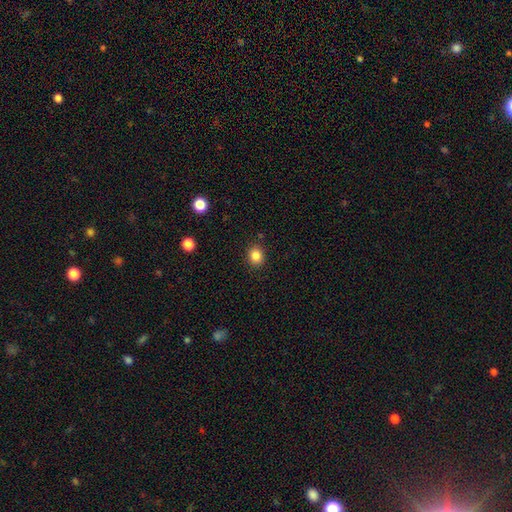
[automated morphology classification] smooth_or_featured: smooth (p=0.84) [alt: star or artifact p=0.11]
how_rounded: round (p=0.69) [alt: in between p=0.31]
merging: none (p=0.88) [alt: minor disturbance p=0.08]